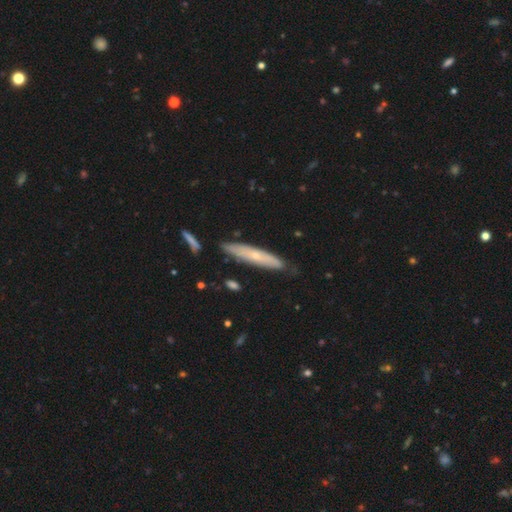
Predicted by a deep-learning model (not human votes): Overall: featured or disk (50%; smooth 43%). Edge-on disk: yes (67%; no 33%). Merging: none (77%).